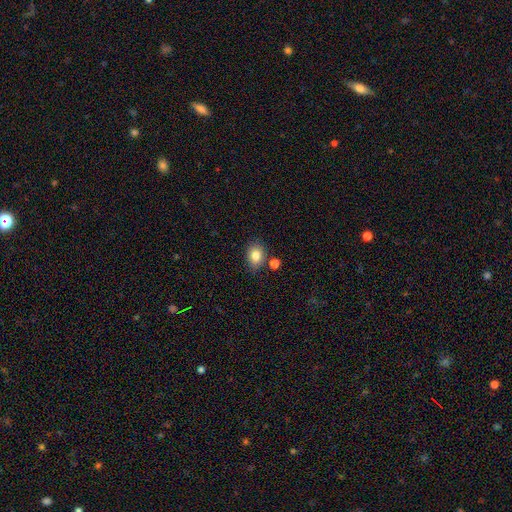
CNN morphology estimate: Smooth or featured? smooth (84%)
How rounded? in between (66%)
Merging? none (76%)